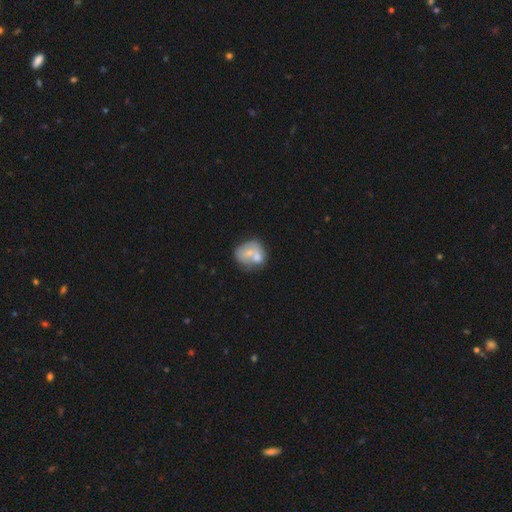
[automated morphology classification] Smooth or featured: smooth — 55% (featured or disk — 35%)
How rounded: round — 66% (in between — 33%)
Merging: merger — 51% (none — 31%)